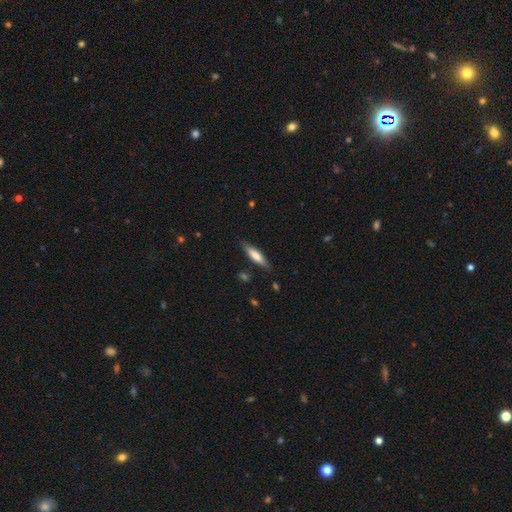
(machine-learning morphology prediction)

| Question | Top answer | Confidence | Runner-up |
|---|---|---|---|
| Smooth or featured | smooth | 69% | featured or disk (25%) |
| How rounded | cigar-shaped | 73% | in between (26%) |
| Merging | none | 83% | minor disturbance (13%) |